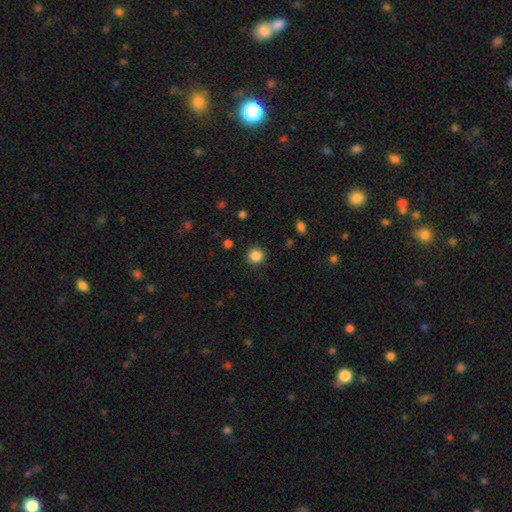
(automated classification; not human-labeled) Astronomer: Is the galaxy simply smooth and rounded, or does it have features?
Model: smooth — 86%.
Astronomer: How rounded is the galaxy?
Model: round — 91%.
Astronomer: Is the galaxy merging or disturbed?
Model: none — 89%.